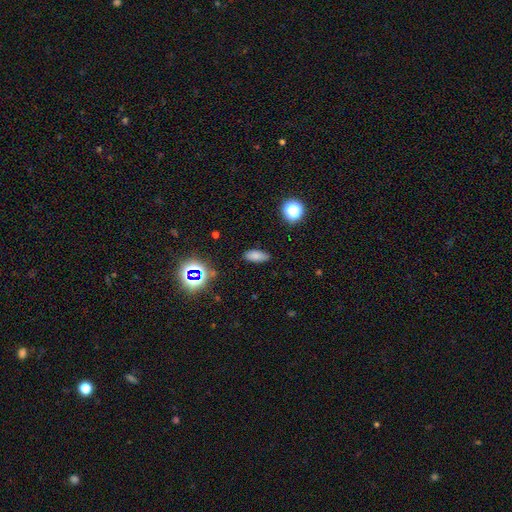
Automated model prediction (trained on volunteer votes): smooth-or-featured: smooth: 78% | star or artifact: 15% | featured or disk: 7%
  how-rounded: in between: 82% | cigar-shaped: 14% | round: 4%
  merging: none: 86% | minor disturbance: 10% | major disturbance: 3% | merger: 1%